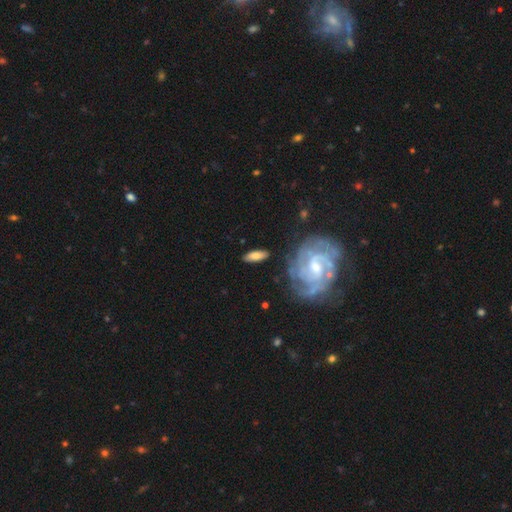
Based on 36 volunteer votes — Volunteers were most divided on "smooth or featured": smooth: 61%, featured or disk: 39%, star or artifact: 0%. More confident: merging — none (92%); how rounded — in between (77%).